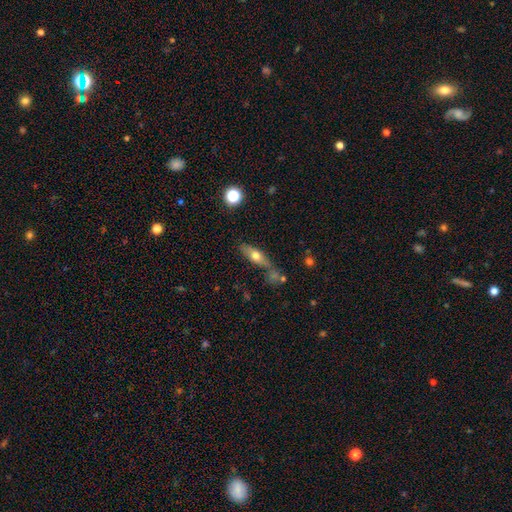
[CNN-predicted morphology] Smooth or featured: smooth — 53% (featured or disk — 39%)
How rounded: cigar-shaped — 50% (in between — 45%)
Merging: none — 54% (minor disturbance — 21%)